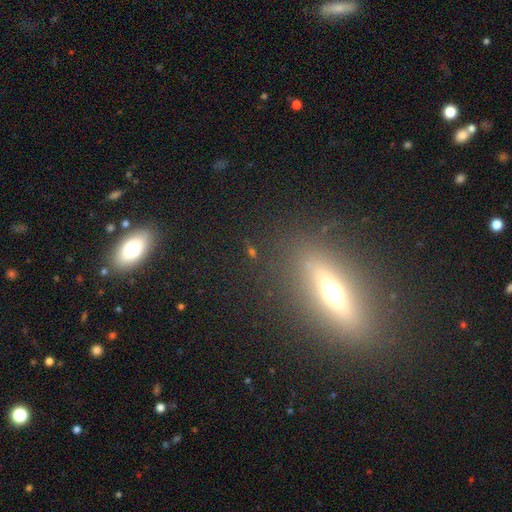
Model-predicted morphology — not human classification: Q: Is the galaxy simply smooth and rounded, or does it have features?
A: featured or disk — 47%.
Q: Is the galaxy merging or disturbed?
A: none — 84%.